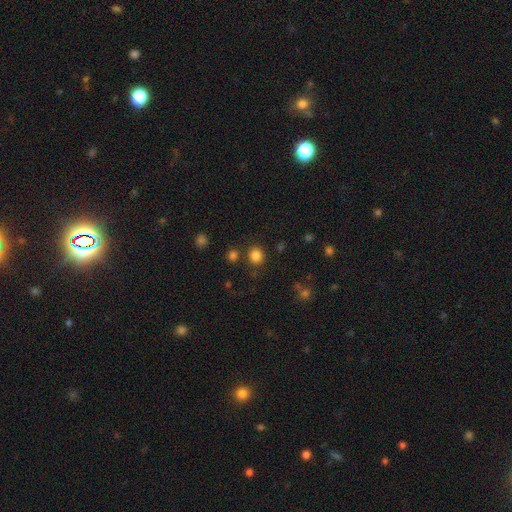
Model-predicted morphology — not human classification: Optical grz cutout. It shows a smooth galaxy with no disk features (84%) that is round (84%). Merging: none (84%).